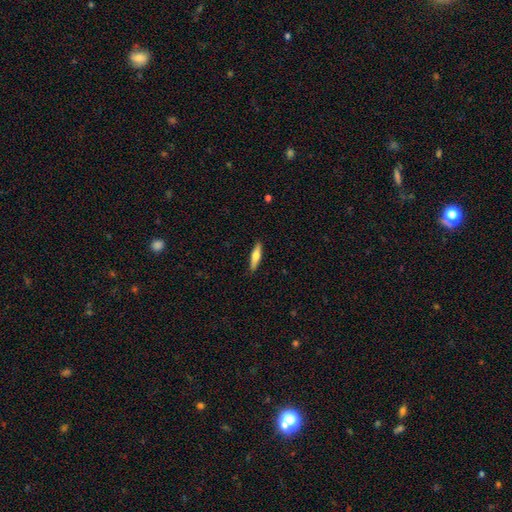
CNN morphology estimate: The model was most divided on "smooth or featured": smooth: 57%, featured or disk: 37%, star or artifact: 6%. More confident: merging — none (89%); how rounded — cigar-shaped (72%).